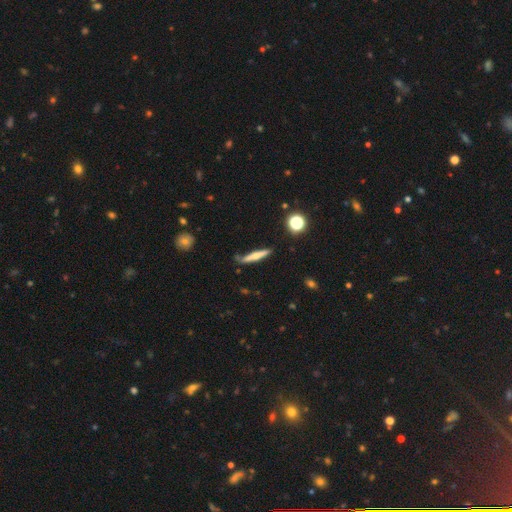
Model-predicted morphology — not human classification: Q: Smooth or featured?
A: featured or disk (48%); runner-up: smooth (45%)
Q: Merging?
A: none (69%); runner-up: minor disturbance (22%)